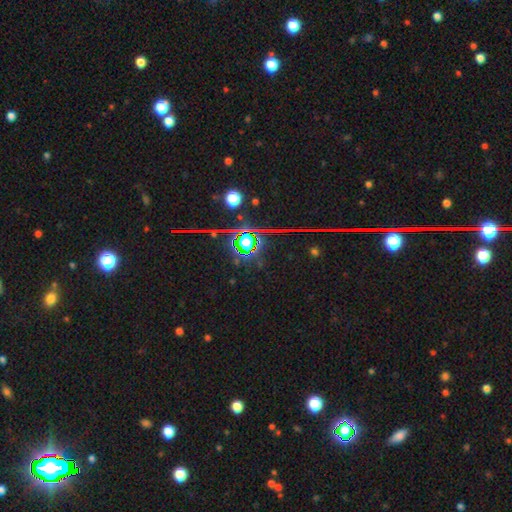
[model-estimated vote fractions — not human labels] A star or artifact, not a galaxy (79%).

Vote fractions:
- Smooth or featured? star or artifact: 79% / smooth: 12% / featured or disk: 9%